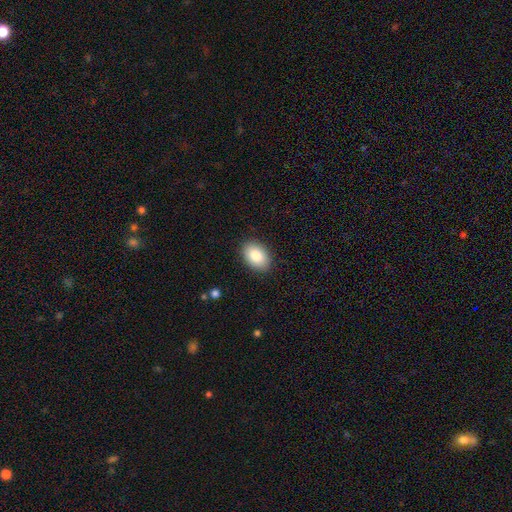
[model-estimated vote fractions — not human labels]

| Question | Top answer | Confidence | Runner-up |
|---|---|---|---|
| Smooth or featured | smooth | 85% | featured or disk (8%) |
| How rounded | in between | 86% | round (13%) |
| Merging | none | 89% | minor disturbance (8%) |